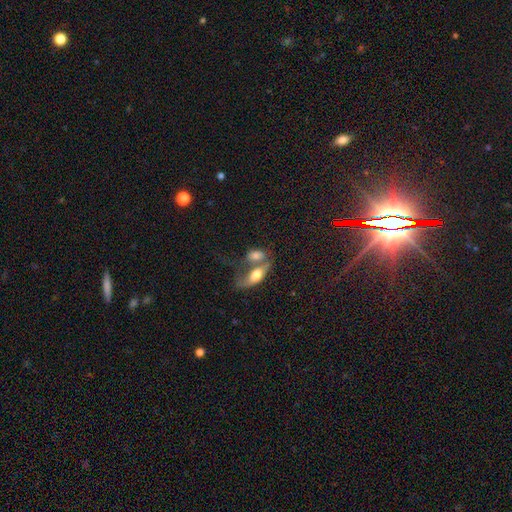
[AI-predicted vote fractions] Q: Smooth or featured?
A: smooth (66%); runner-up: featured or disk (26%)
Q: How rounded?
A: in between (80%); runner-up: cigar-shaped (12%)
Q: Merging?
A: merger (64%); runner-up: none (19%)